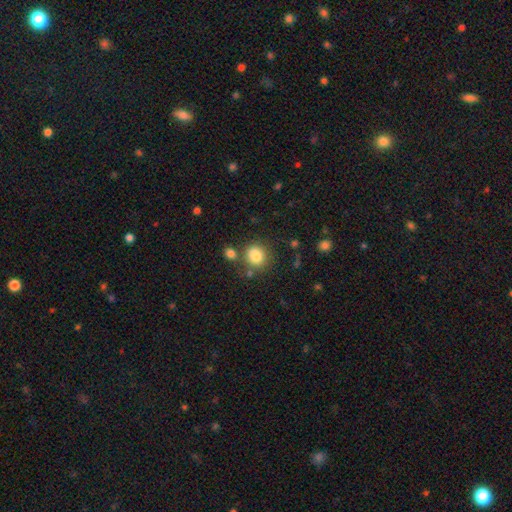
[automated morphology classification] The model was most divided on "merging": none: 73%, minor disturbance: 12%, merger: 11%, major disturbance: 5%. More confident: smooth or featured — smooth (84%); how rounded — round (81%).